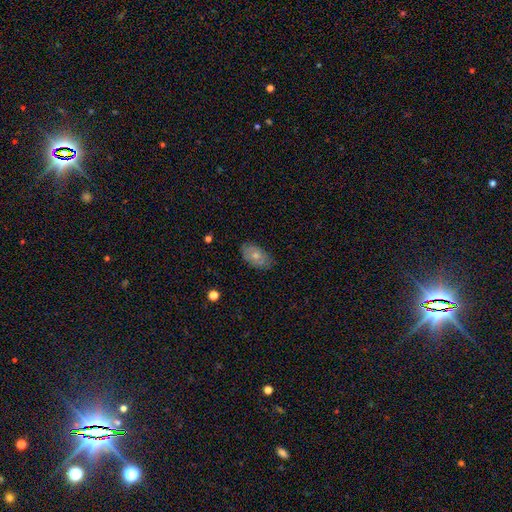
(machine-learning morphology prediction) type=smooth (66%); roundness=in between (91%); merging=none (77%).